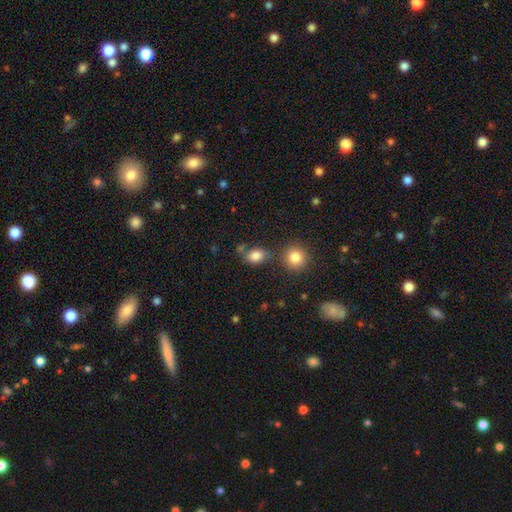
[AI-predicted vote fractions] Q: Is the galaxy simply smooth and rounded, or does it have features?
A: smooth — 84%.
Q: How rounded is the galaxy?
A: in between — 70%.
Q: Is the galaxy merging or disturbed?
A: none — 67%.